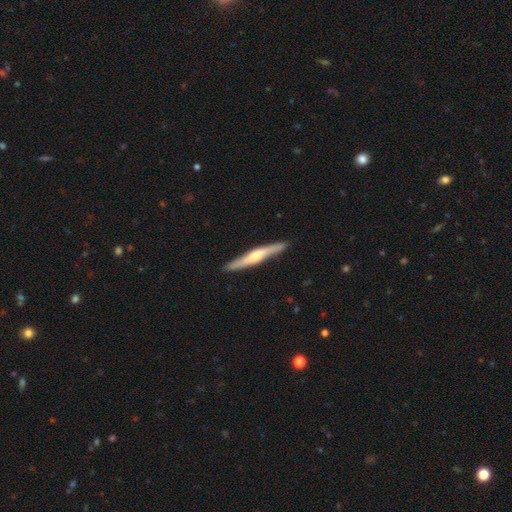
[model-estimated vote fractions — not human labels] Smooth or featured?
  - featured or disk: 59% *
  - smooth: 36%
  - star or artifact: 5%
Edge-on disk?
  - yes: 95% *
  - no: 5%
Edge-on bulge?
  - rounded: 74% *
  - none: 14%
  - boxy: 12%
Merging?
  - none: 89% *
  - minor disturbance: 8%
  - major disturbance: 2%
  - merger: 1%